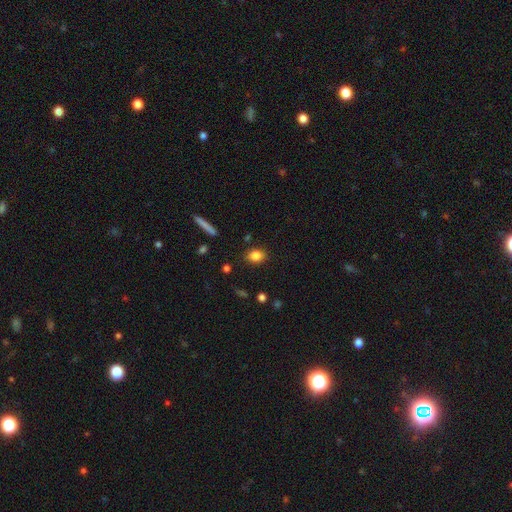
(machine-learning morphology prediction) Smooth or featured: smooth — 84% (star or artifact — 9%)
How rounded: in between — 65% (round — 33%)
Merging: none — 85% (minor disturbance — 10%)